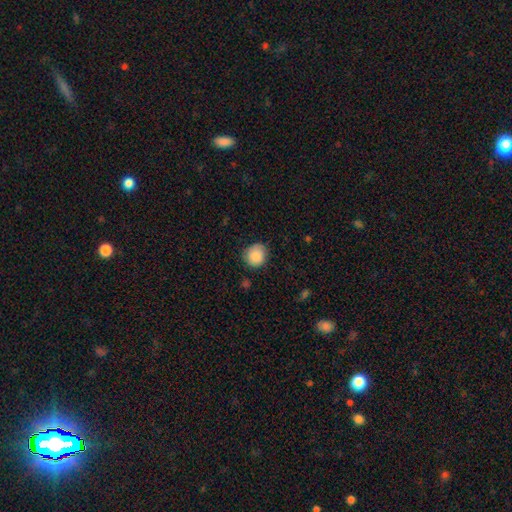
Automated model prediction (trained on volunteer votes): smooth-or-featured: smooth: 88% | star or artifact: 8% | featured or disk: 4%
  how-rounded: round: 86% | in between: 13% | cigar-shaped: 1%
  merging: none: 80% | minor disturbance: 16% | major disturbance: 3% | merger: 1%